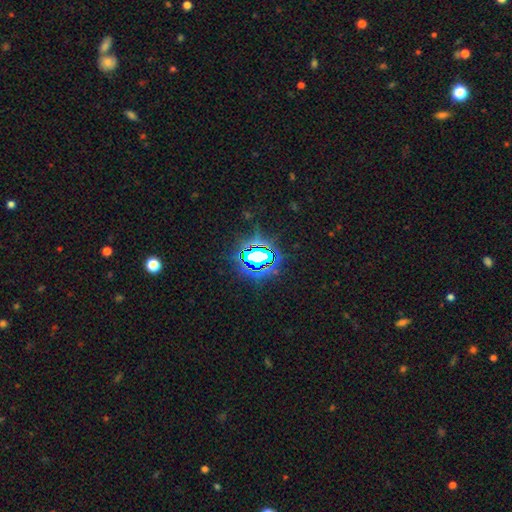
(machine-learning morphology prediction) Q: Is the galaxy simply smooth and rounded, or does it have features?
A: star or artifact — 74%.